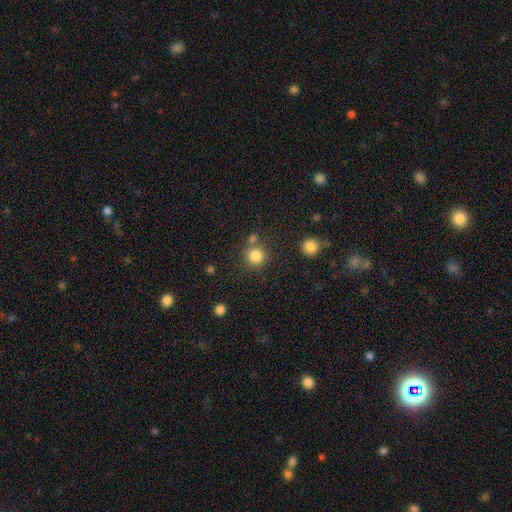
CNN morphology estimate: smooth_or_featured: smooth (p=0.84) [alt: star or artifact p=0.11]
how_rounded: round (p=0.92) [alt: in between p=0.07]
merging: none (p=0.74) [alt: merger p=0.14]